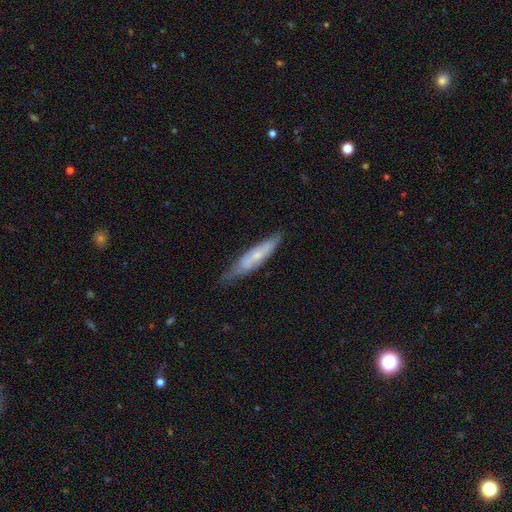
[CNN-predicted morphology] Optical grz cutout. It shows a featured or disk galaxy (50%). Merging: none (61%).